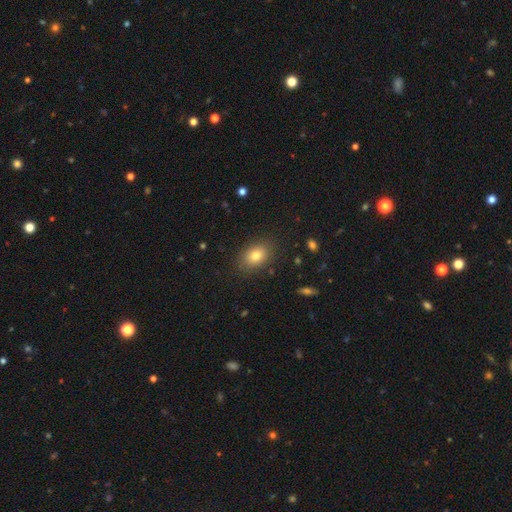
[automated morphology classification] smooth_or_featured: smooth (p=0.80) [alt: featured or disk p=0.10]
how_rounded: in between (p=0.79) [alt: round p=0.19]
merging: none (p=0.85) [alt: minor disturbance p=0.10]